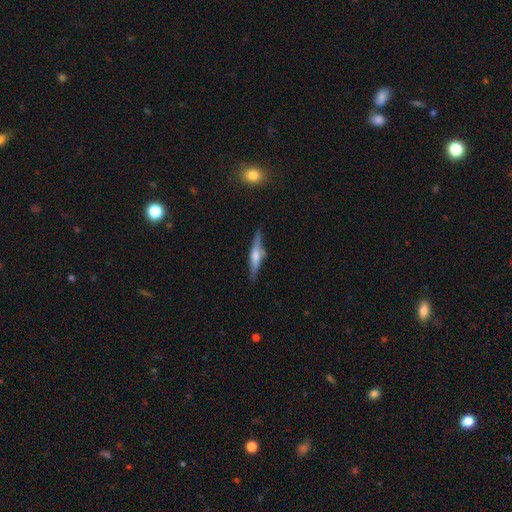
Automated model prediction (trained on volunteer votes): This is likely a featured or disk galaxy (63%). It is clearly viewed edge-on (95%). Edge-on bulge: likely rounded (75%). Merging: likely none (79%).